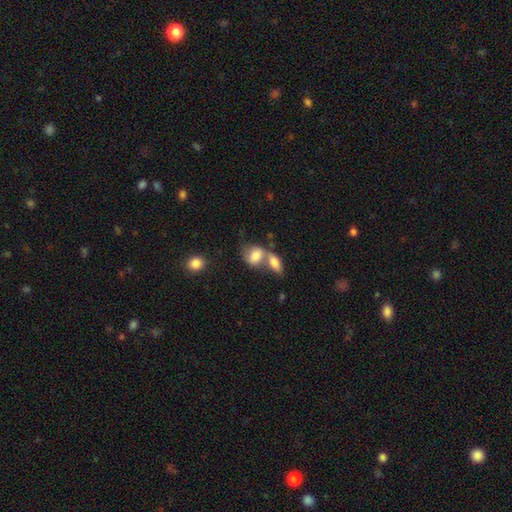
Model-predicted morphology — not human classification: Q: Smooth or featured?
A: smooth (77%); runner-up: featured or disk (15%)
Q: How rounded?
A: in between (68%); runner-up: round (29%)
Q: Merging?
A: merger (61%); runner-up: none (25%)